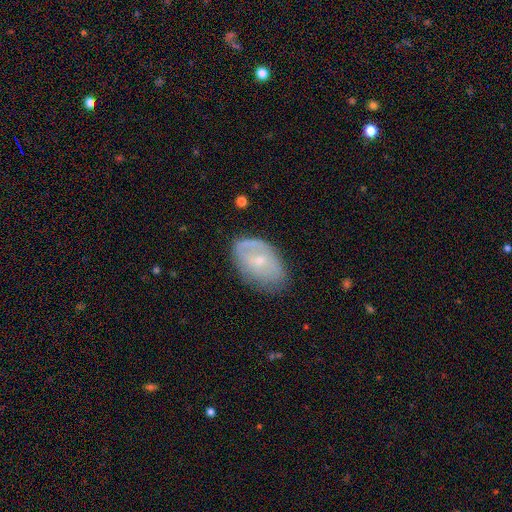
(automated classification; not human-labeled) The model was most divided on "smooth or featured": featured or disk: 50%, smooth: 38%, star or artifact: 12%. More confident: merging — none (75%).